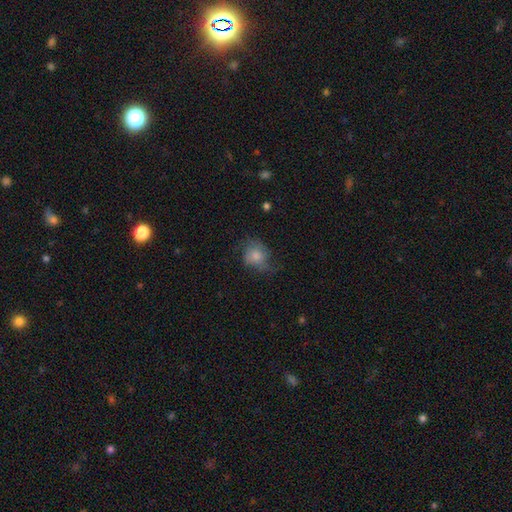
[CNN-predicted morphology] This appears to be a smooth galaxy with no disk features (71%) that is round (65%). Merging: none (47%).